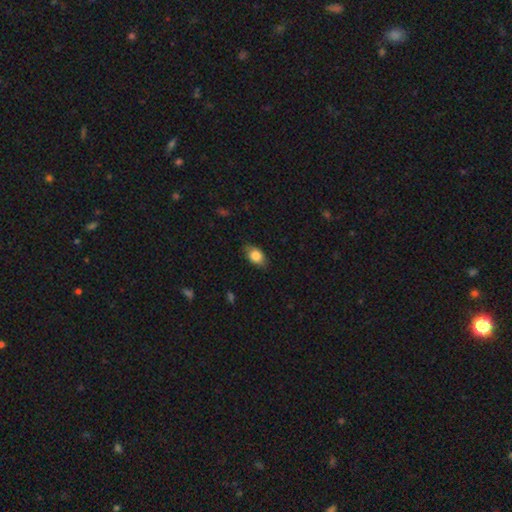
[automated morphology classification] A smooth galaxy with no disk features (83%) that is in between round and cigar-shaped (85%).

Vote fractions:
- Smooth or featured? smooth: 83% / featured or disk: 10% / star or artifact: 7%
- How rounded? in between: 85% / round: 12% / cigar-shaped: 3%
- Merging? none: 81% / minor disturbance: 15% / major disturbance: 3% / merger: 1%